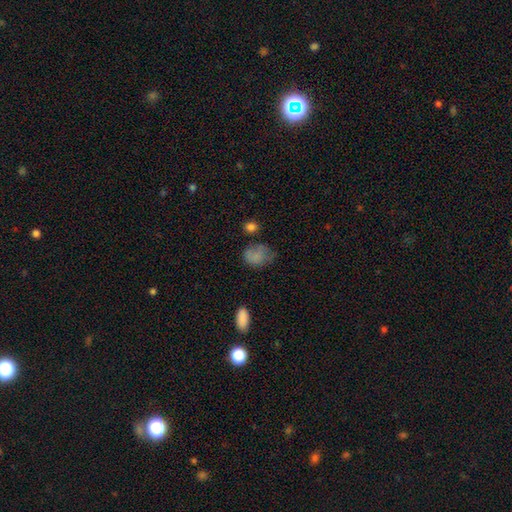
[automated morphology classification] A smooth galaxy with no disk features (75%) that is in between round and cigar-shaped (61%). Merging: none (43%).